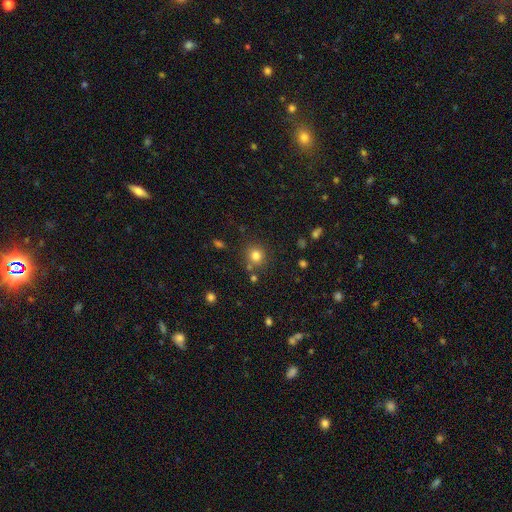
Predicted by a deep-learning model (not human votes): Smooth or featured?
  - smooth: 79% *
  - star or artifact: 14%
  - featured or disk: 7%
How rounded?
  - round: 88% *
  - in between: 11%
  - cigar-shaped: 1%
Merging?
  - none: 79% *
  - minor disturbance: 9%
  - merger: 8%
  - major disturbance: 3%